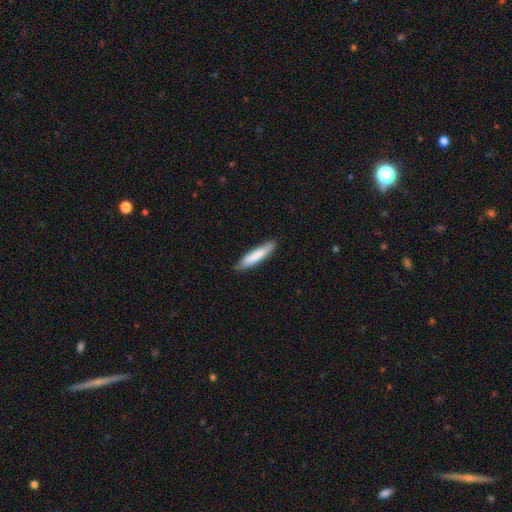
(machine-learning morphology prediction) A smooth galaxy with no disk features (81%) that is cigar-shaped (84%). Merging: none (86%).